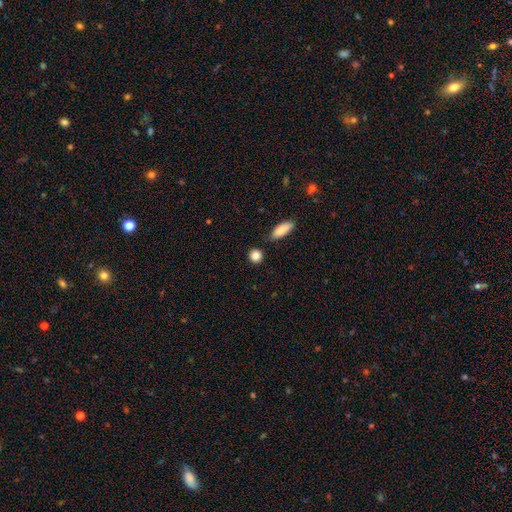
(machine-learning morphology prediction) smooth_or_featured: smooth (p=0.87) [alt: star or artifact p=0.09]
how_rounded: round (p=0.87) [alt: in between p=0.11]
merging: none (p=0.84) [alt: minor disturbance p=0.09]